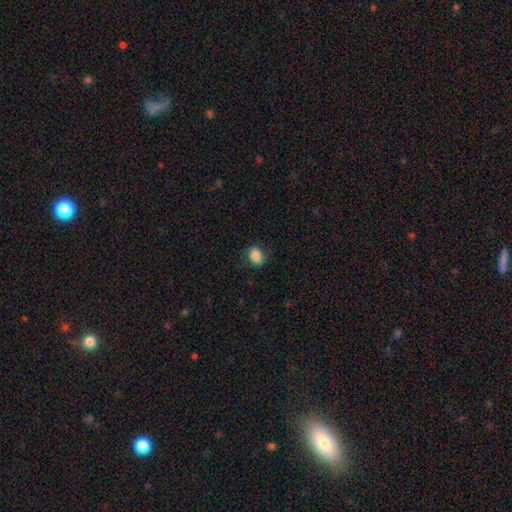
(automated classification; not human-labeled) A smooth galaxy with no disk features (82%) that is in between round and cigar-shaped (70%).

Vote fractions:
- Smooth or featured? smooth: 82% / featured or disk: 9% / star or artifact: 8%
- How rounded? in between: 70% / round: 29% / cigar-shaped: 1%
- Merging? none: 77% / minor disturbance: 17% / major disturbance: 5% / merger: 1%